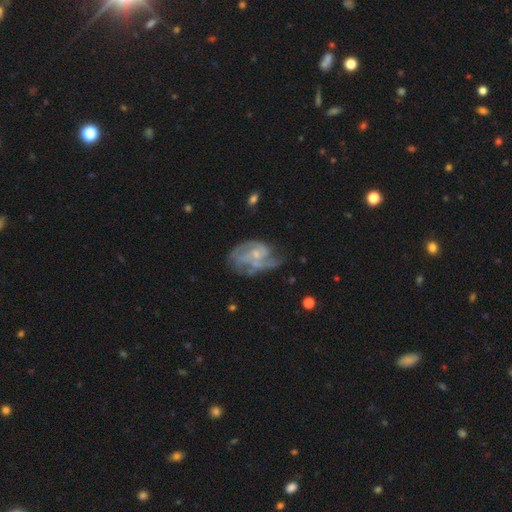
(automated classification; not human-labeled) smooth-or-featured: featured or disk: 81% | smooth: 13% | star or artifact: 7%
  disk-edge-on: no: 98% | yes: 2%
    bar: no: 62% | weak: 33% | strong: 5%
    has-spiral-arms: yes: 87% | no: 13%
      spiral-winding: medium: 45% | tight: 31% | loose: 23%
      spiral-arm-count: 2: 36% | can't tell: 26% | 3: 21% | 1: 7% | 4: 5% | more than 4: 4%
    bulge-size: small: 62% | moderate: 26% | none: 10% | large: 2% | dominant: 1%
  merging: none: 45% | minor disturbance: 26% | major disturbance: 25% | merger: 5%